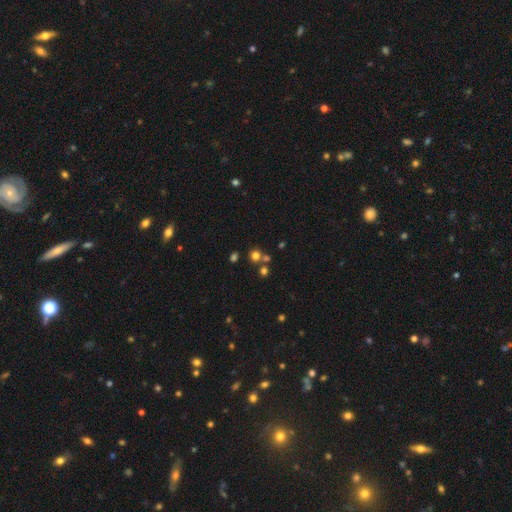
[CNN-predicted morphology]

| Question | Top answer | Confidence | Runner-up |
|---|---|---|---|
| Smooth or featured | smooth | 69% | star or artifact (22%) |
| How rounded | round | 87% | in between (12%) |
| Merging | none | 68% | merger (21%) |